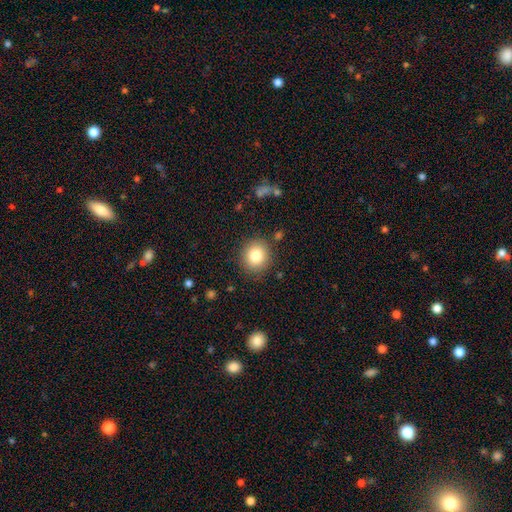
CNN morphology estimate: This appears to be a smooth galaxy with no disk features (82%) that is round (88%). Merging: none (87%).